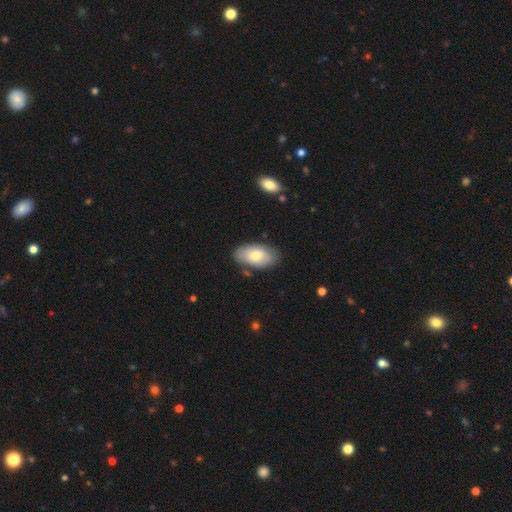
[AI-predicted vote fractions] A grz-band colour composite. It shows a smooth galaxy with no disk features (72%) that is in between round and cigar-shaped (94%). Merging: none (81%).